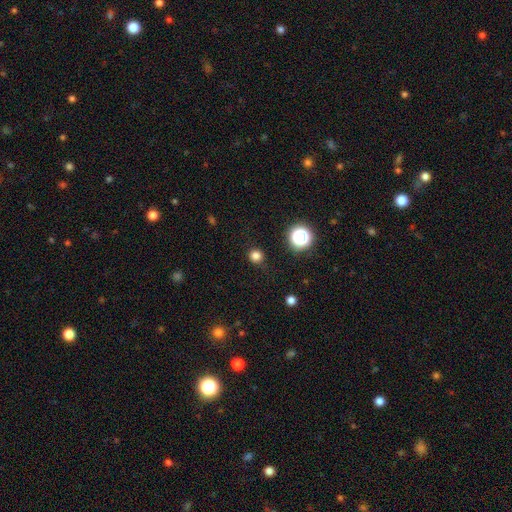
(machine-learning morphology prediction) type=smooth (79%); roundness=round (90%); merging=none (85%).